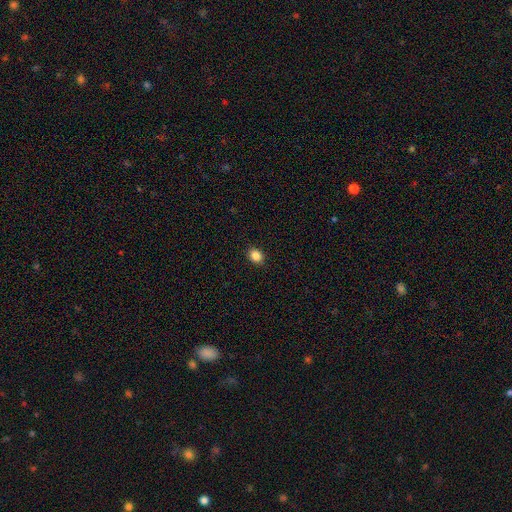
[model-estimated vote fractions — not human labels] This is clearly a smooth galaxy (86%). How rounded: possibly in between (53%). Merging: clearly none (91%).